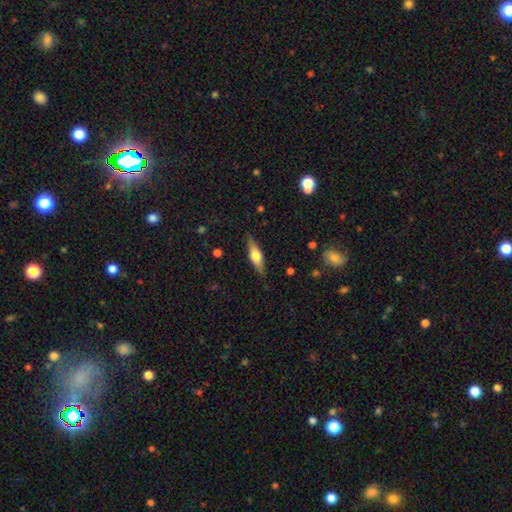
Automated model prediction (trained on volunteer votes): This is possibly a smooth galaxy (48%). Merging: clearly none (85%).